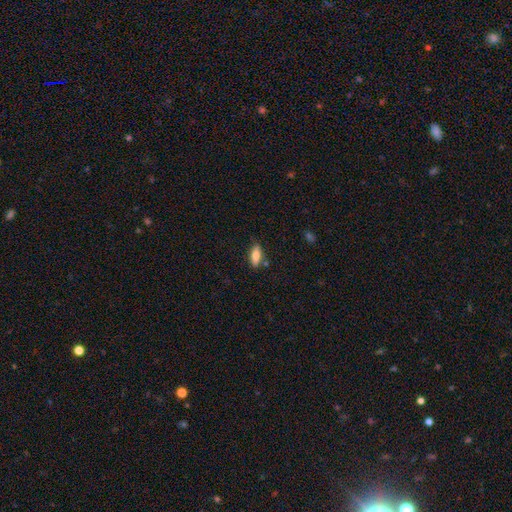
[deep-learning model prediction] Q: Smooth or featured?
A: smooth (71%); runner-up: featured or disk (22%)
Q: How rounded?
A: in between (69%); runner-up: cigar-shaped (28%)
Q: Merging?
A: none (80%); runner-up: minor disturbance (13%)